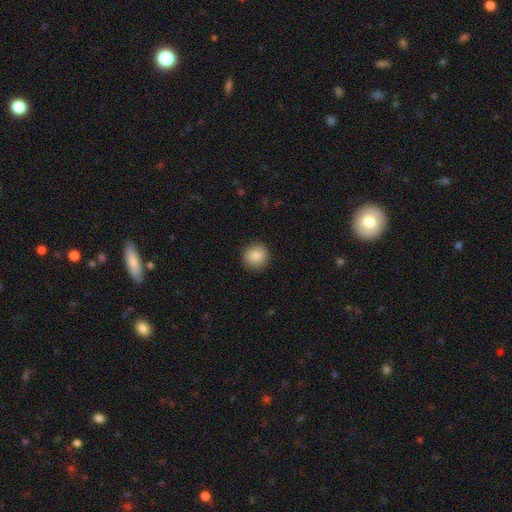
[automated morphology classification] smooth-or-featured: smooth: 87% | star or artifact: 8% | featured or disk: 5%
  how-rounded: round: 92% | in between: 7% | cigar-shaped: 1%
  merging: none: 91% | minor disturbance: 6% | major disturbance: 2% | merger: 1%